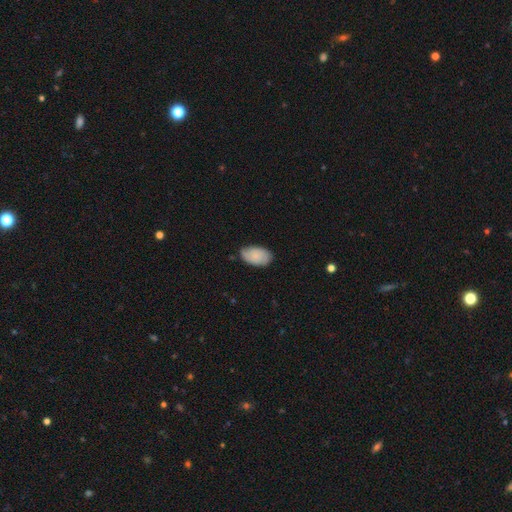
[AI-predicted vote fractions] Morphology: type=smooth (77%); roundness=in between (94%); merging=none (72%).